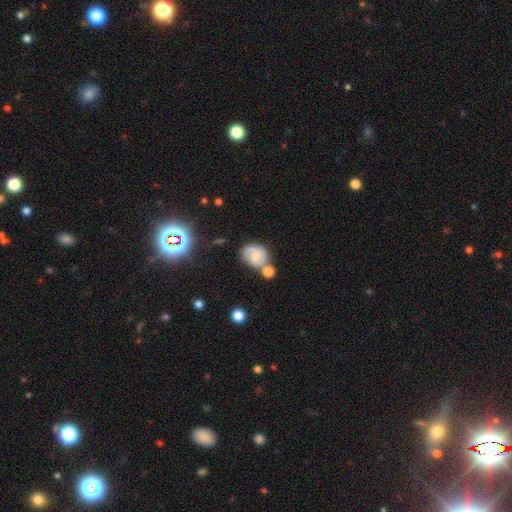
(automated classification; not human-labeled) Morphology: type=featured or disk (58%); edge-on=no (97%); bar=no (54%); spiral arms=yes (84%); bulge=moderate (45%); merging=none (51%).